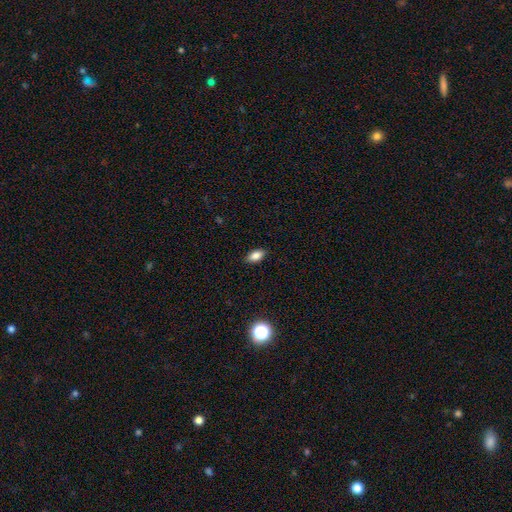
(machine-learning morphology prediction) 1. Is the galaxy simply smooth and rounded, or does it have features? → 84% smooth, 10% star or artifact, 7% featured or disk.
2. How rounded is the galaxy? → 88% in between, 6% cigar-shaped, 6% round.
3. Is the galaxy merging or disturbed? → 88% none, 9% minor disturbance, 2% major disturbance, 1% merger.